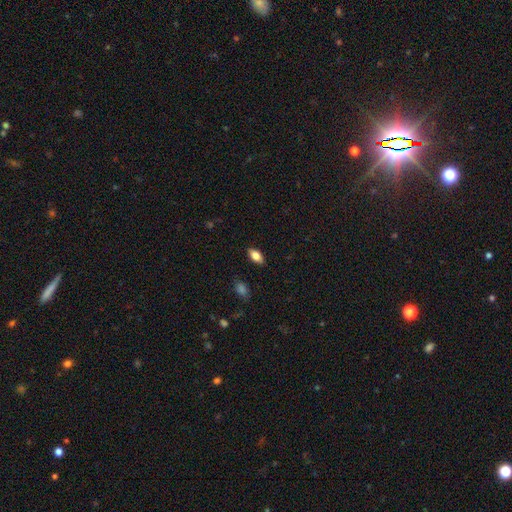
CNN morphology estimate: A smooth galaxy with no disk features (79%) that is in between round and cigar-shaped (90%).

Vote fractions:
- Smooth or featured? smooth: 79% / featured or disk: 14% / star or artifact: 8%
- How rounded? in between: 90% / cigar-shaped: 6% / round: 4%
- Merging? none: 87% / minor disturbance: 9% / major disturbance: 2% / merger: 1%